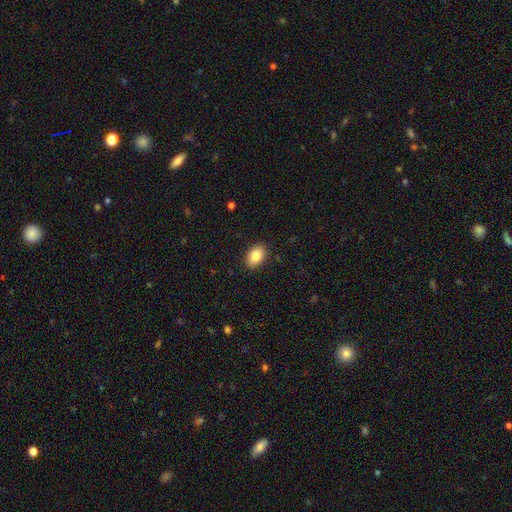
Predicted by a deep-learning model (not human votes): Smooth or featured: smooth — 83% (featured or disk — 9%)
How rounded: in between — 85% (round — 14%)
Merging: none — 90% (minor disturbance — 8%)